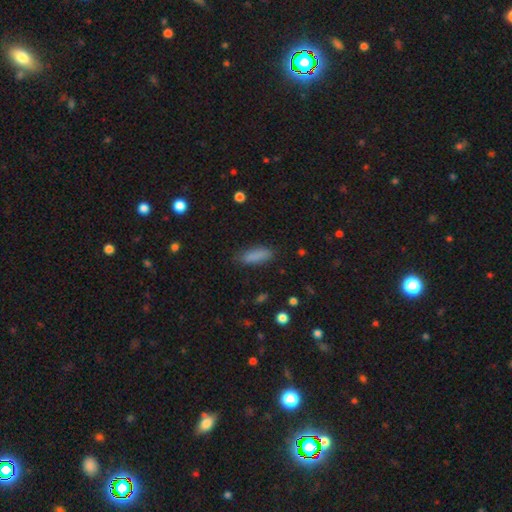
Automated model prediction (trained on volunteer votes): Morphology: type=smooth (86%); roundness=in between (57%); merging=none (82%).